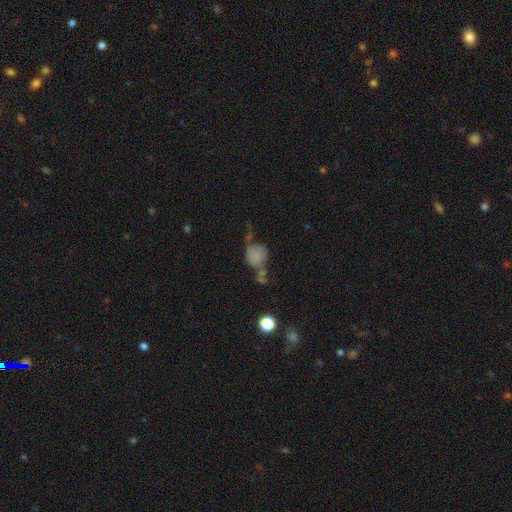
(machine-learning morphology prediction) Overall: smooth (72%). How rounded: round (67%; in between 32%). Merging: none (33%; merger 31%).